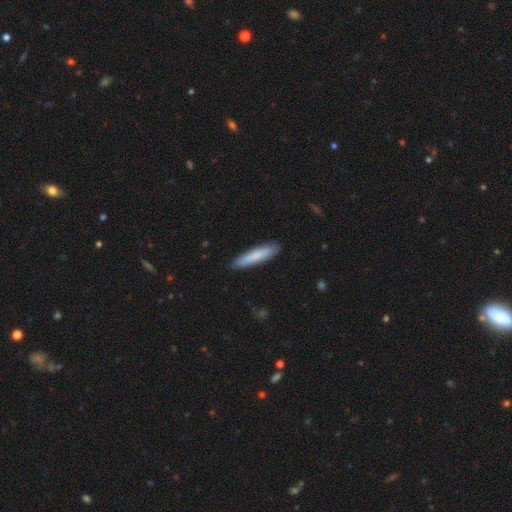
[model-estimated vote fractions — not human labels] This appears to be a smooth galaxy with no disk features (77%) that is cigar-shaped (85%). Merging: none (88%).